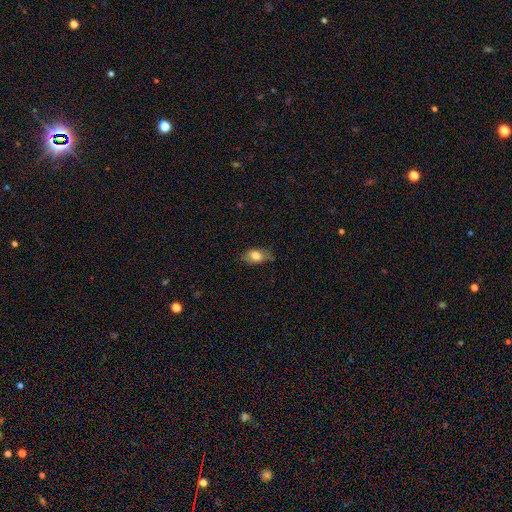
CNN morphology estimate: A smooth galaxy with no disk features (78%) that is in between round and cigar-shaped (86%). Merging: none (66%).